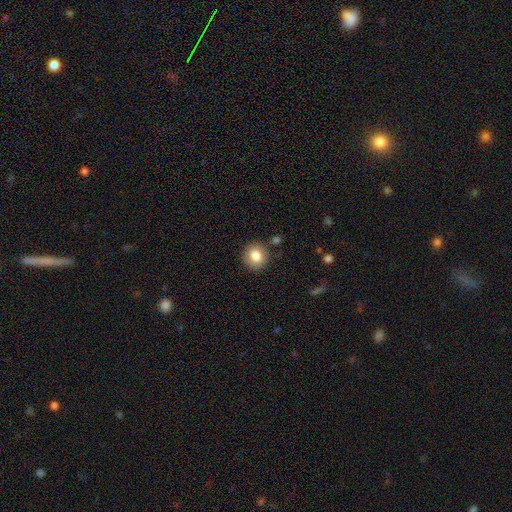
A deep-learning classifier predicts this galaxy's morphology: Smooth or featured? Predicted: smooth (p=0.81). How rounded? Predicted: round (p=0.86). Merging? Predicted: none (p=0.87).